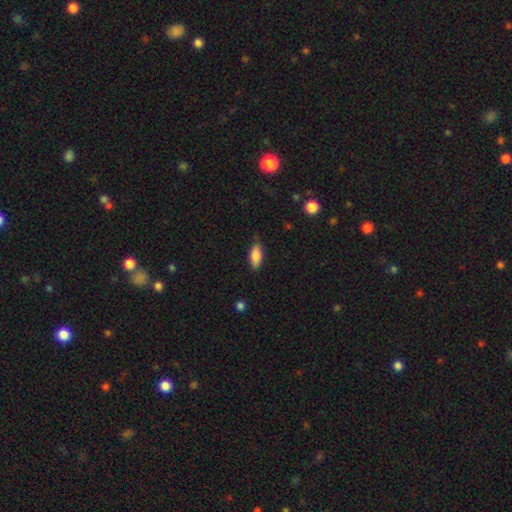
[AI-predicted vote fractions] smooth_or_featured: smooth (p=0.84) [alt: featured or disk p=0.09]
how_rounded: in between (p=0.83) [alt: cigar-shaped p=0.15]
merging: none (p=0.79) [alt: minor disturbance p=0.17]